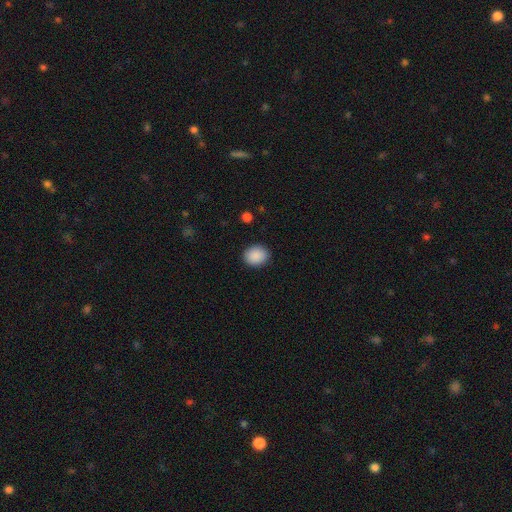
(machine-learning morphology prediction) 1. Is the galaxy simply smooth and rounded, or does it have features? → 90% smooth, 8% star or artifact, 3% featured or disk.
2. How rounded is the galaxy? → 60% round, 39% in between, 1% cigar-shaped.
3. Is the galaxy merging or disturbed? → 89% none, 8% minor disturbance, 2% major disturbance, 1% merger.